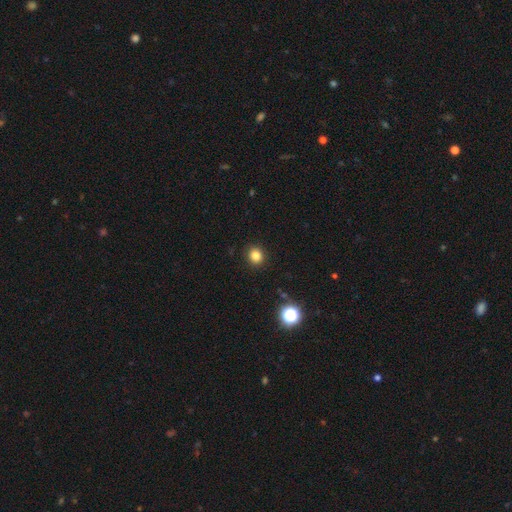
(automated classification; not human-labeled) Morphology: type=smooth (82%); roundness=round (84%); merging=none (91%).